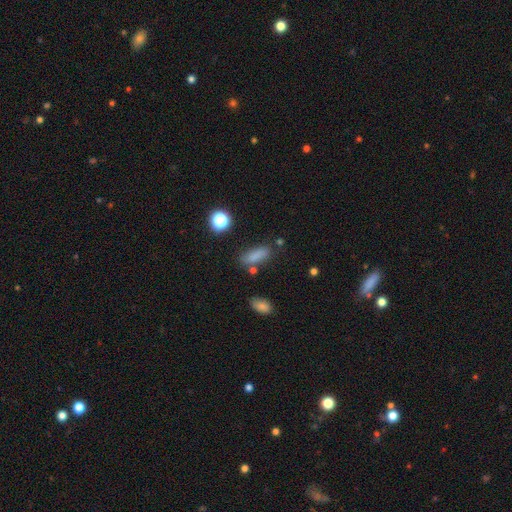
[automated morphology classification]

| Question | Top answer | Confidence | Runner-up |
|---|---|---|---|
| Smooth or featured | smooth | 81% | star or artifact (12%) |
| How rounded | in between | 62% | cigar-shaped (33%) |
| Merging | none | 70% | minor disturbance (17%) |